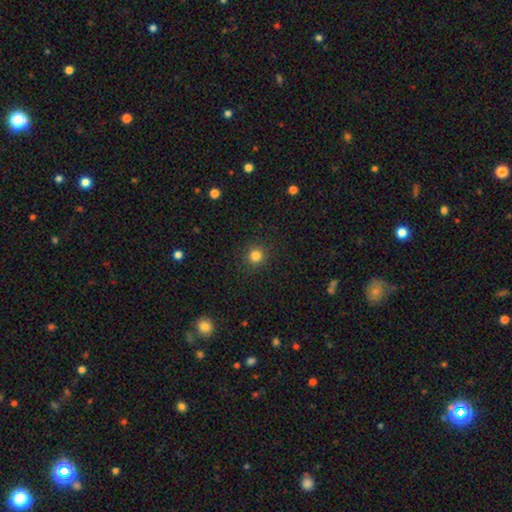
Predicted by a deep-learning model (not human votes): Morphology: type=smooth (83%); roundness=round (93%); merging=none (91%).